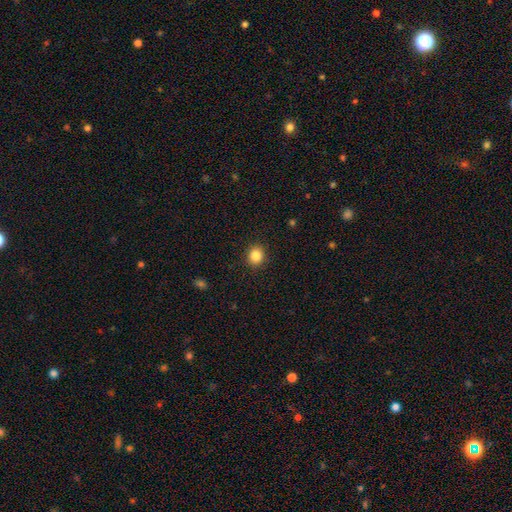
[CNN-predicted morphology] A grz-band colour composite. It shows a smooth galaxy with no disk features (85%) that is round (80%). Merging: none (91%).